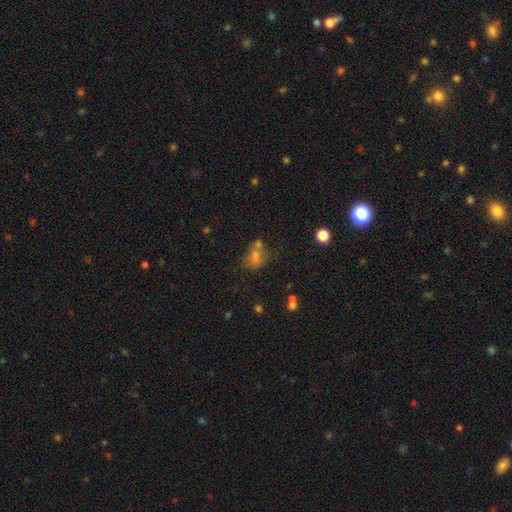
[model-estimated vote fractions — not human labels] A smooth galaxy with no disk features (66%) that is in between round and cigar-shaped (66%).

Vote fractions:
- Smooth or featured? smooth: 66% / featured or disk: 18% / star or artifact: 17%
- How rounded? in between: 66% / round: 32% / cigar-shaped: 2%
- Merging? none: 38% / merger: 31% / minor disturbance: 18% / major disturbance: 13%